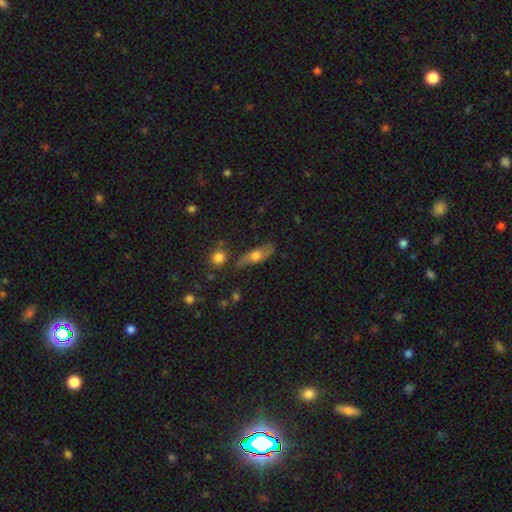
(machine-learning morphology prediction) Smooth or featured? smooth (49%)
Merging? none (72%)